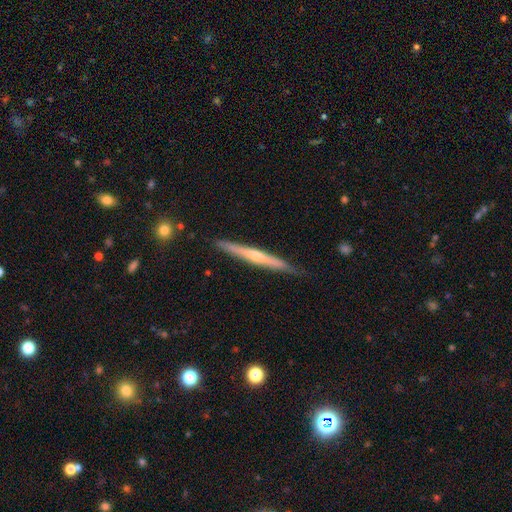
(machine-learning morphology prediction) A featured or disk galaxy (61%) viewed edge-on (96%) with a rounded central bulge (61%).

Vote fractions:
- Smooth or featured? featured or disk: 61% / smooth: 33% / star or artifact: 6%
- Edge-on disk? yes: 96% / no: 4%
- Edge-on bulge? rounded: 61% / none: 34% / boxy: 4%
- Merging? none: 86% / minor disturbance: 11% / major disturbance: 2% / merger: 1%